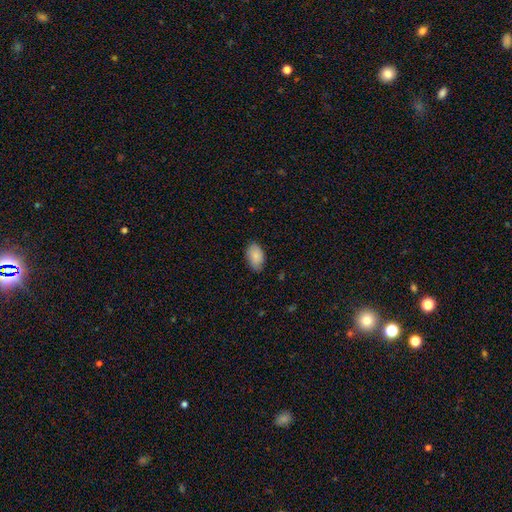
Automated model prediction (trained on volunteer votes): smooth 84%, featured or disk 10%, star or artifact 6%. Down the decision tree: how rounded — in between (92%); merging — none (81%).